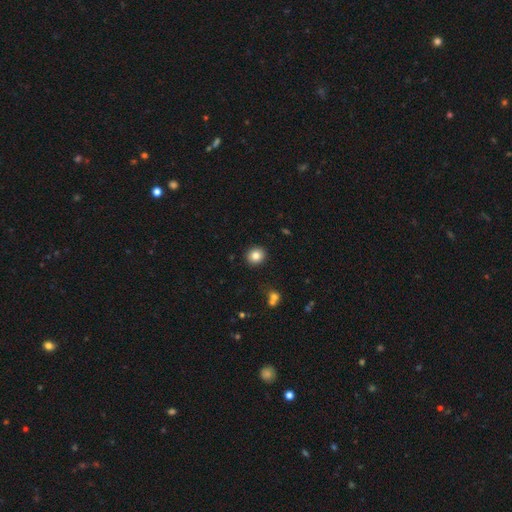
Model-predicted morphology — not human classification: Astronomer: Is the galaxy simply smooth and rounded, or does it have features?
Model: smooth — 83%.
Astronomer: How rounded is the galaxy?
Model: round — 86%.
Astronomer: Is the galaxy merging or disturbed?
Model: none — 91%.